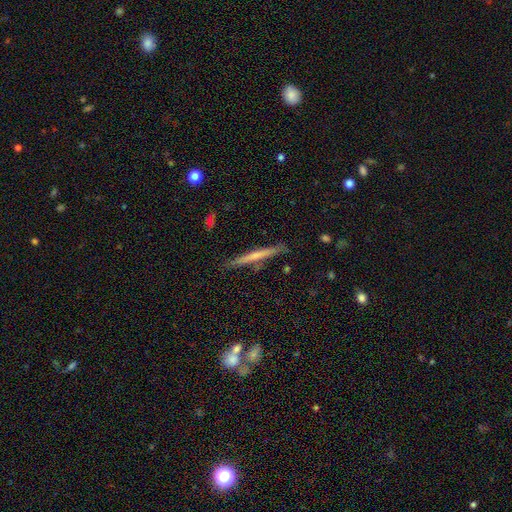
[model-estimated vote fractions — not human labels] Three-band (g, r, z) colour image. It shows a featured or disk galaxy (49%). Merging: none (85%).